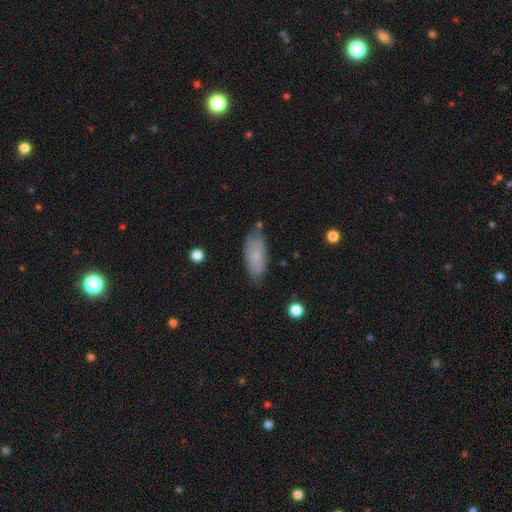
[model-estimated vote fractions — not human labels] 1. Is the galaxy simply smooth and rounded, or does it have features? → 76% smooth, 17% featured or disk, 7% star or artifact.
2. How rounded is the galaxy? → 83% in between, 15% cigar-shaped, 2% round.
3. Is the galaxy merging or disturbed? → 70% none, 23% minor disturbance, 4% major disturbance, 3% merger.